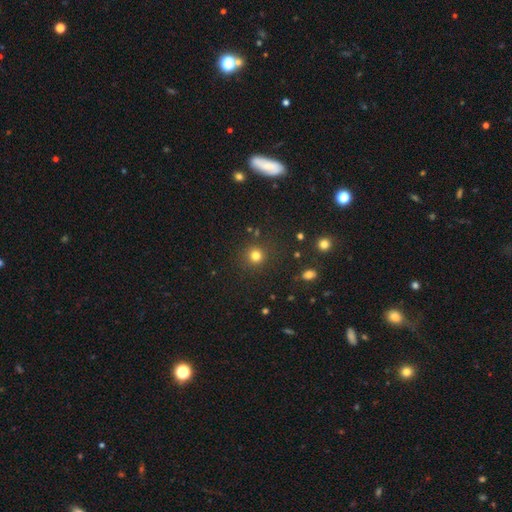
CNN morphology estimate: smooth 78%, star or artifact 16%, featured or disk 5%. Down the decision tree: how rounded — round (93%); merging — none (88%).